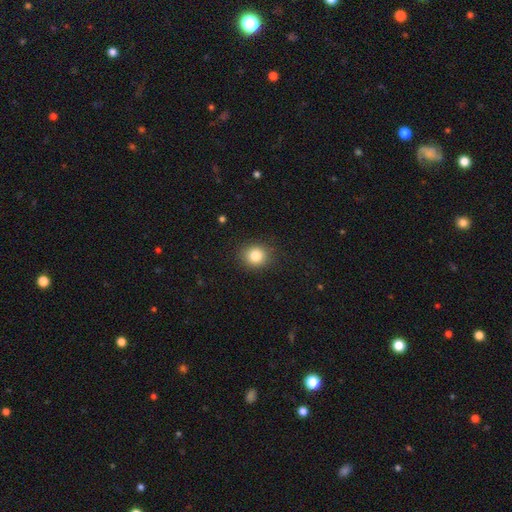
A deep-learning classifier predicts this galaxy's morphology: smooth-or-featured: smooth: 83% | star or artifact: 11% | featured or disk: 6%
  how-rounded: round: 84% | in between: 15% | cigar-shaped: 1%
  merging: none: 89% | minor disturbance: 7% | major disturbance: 2% | merger: 1%